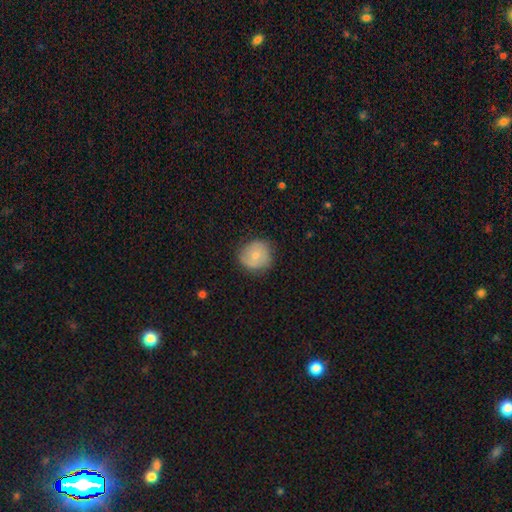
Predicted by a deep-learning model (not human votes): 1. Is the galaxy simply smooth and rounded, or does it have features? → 64% smooth, 29% featured or disk, 7% star or artifact.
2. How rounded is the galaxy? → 88% round, 11% in between, 1% cigar-shaped.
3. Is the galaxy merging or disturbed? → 76% none, 18% minor disturbance, 4% major disturbance, 1% merger.